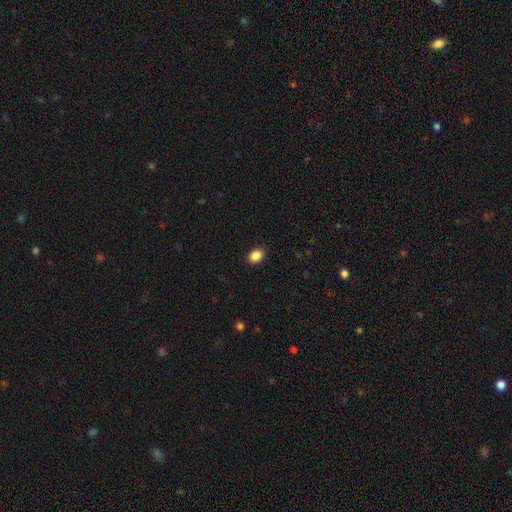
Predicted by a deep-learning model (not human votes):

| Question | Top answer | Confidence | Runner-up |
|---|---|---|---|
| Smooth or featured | smooth | 89% | star or artifact (9%) |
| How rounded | in between | 64% | round (35%) |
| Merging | none | 90% | minor disturbance (8%) |